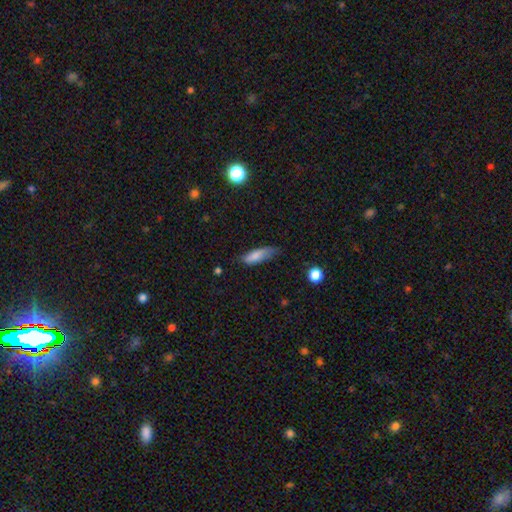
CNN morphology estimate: The model was most divided on "how rounded": in between: 56%, cigar-shaped: 42%, round: 2%. More confident: smooth or featured — smooth (80%); merging — none (53%).